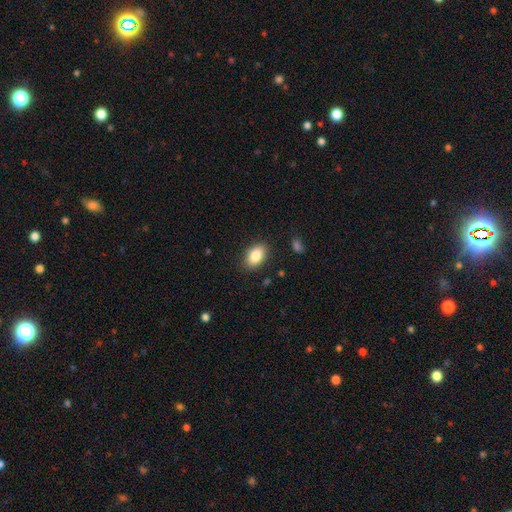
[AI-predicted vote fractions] Morphology: type=smooth (84%); roundness=in between (89%); merging=none (86%).